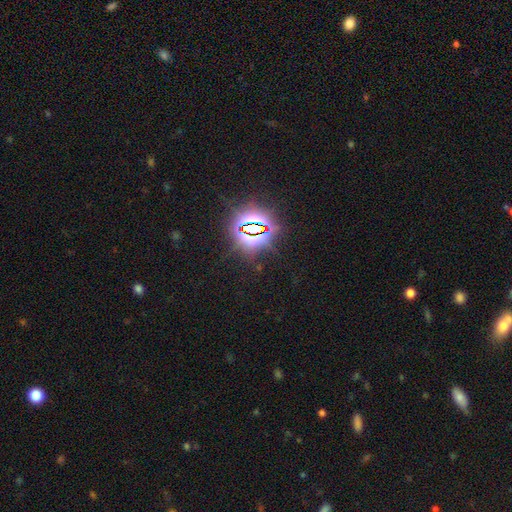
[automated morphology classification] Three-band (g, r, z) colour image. It shows a star or artifact, not a galaxy (83%).